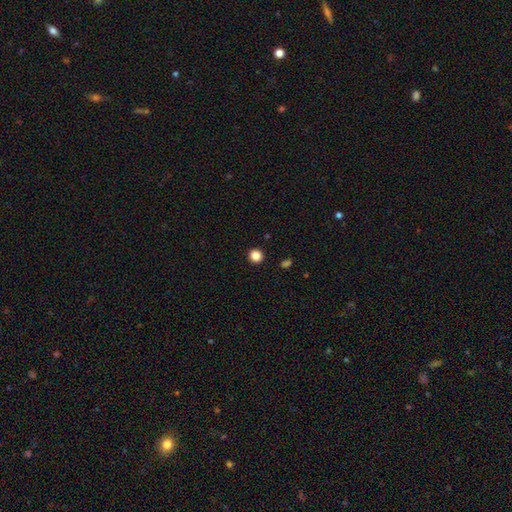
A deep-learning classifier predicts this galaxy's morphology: Smooth or featured: smooth — 85% (star or artifact — 11%)
How rounded: round — 94% (in between — 5%)
Merging: none — 93% (minor disturbance — 4%)